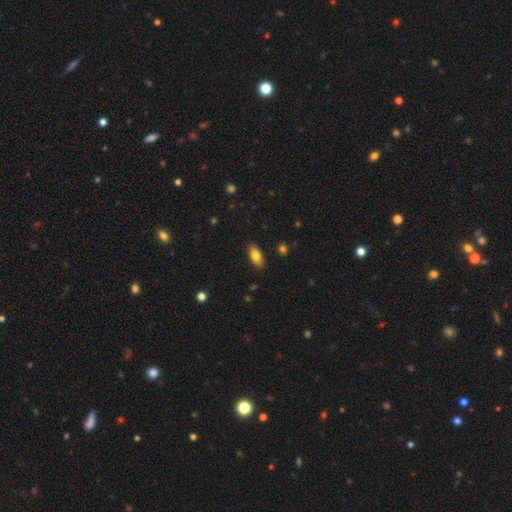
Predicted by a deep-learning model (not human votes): smooth-or-featured: smooth: 78% | featured or disk: 15% | star or artifact: 7%
  how-rounded: in between: 86% | cigar-shaped: 11% | round: 3%
  merging: none: 87% | minor disturbance: 10% | major disturbance: 2% | merger: 1%